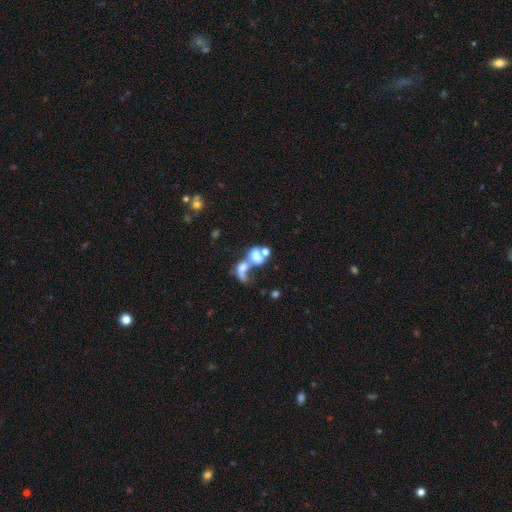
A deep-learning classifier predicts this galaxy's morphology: A smooth galaxy with no disk features (49%).

Vote fractions:
- Smooth or featured? smooth: 49% / featured or disk: 35% / star or artifact: 15%
- Merging? merger: 69% / major disturbance: 15% / none: 11% / minor disturbance: 5%